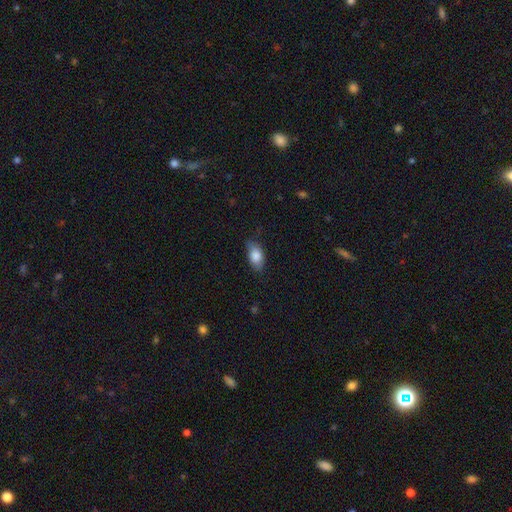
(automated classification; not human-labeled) A smooth galaxy with no disk features (83%) that is in between round and cigar-shaped (89%). Merging: none (75%).